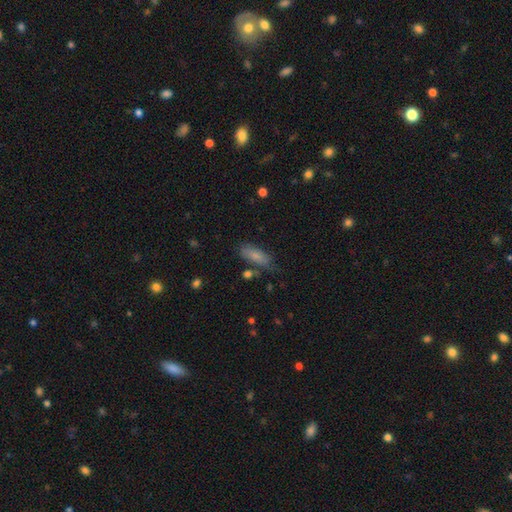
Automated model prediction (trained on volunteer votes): smooth 79%, featured or disk 13%, star or artifact 7%. Down the decision tree: how rounded — in between (70%); merging — none (65%).